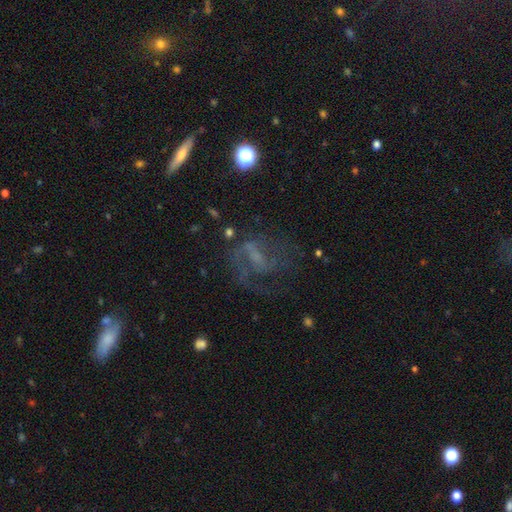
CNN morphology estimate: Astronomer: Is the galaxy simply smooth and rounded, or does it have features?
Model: featured or disk — 65%.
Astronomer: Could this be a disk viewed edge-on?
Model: no — 94%.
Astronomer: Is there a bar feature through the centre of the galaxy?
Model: weak — 41% (runner-up: no, 40%).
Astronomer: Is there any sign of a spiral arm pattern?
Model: yes — 74%.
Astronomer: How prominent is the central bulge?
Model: none — 41% (runner-up: small, 37%).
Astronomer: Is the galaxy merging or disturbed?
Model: none — 50% (runner-up: major disturbance, 30%).